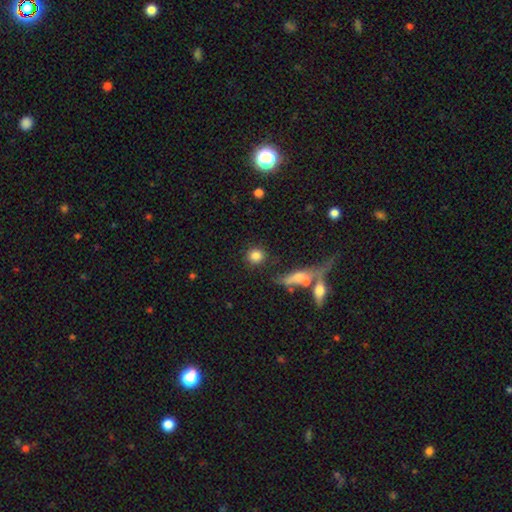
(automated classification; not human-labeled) This is clearly a smooth galaxy (83%). How rounded: clearly round (87%). Merging: clearly none (81%).